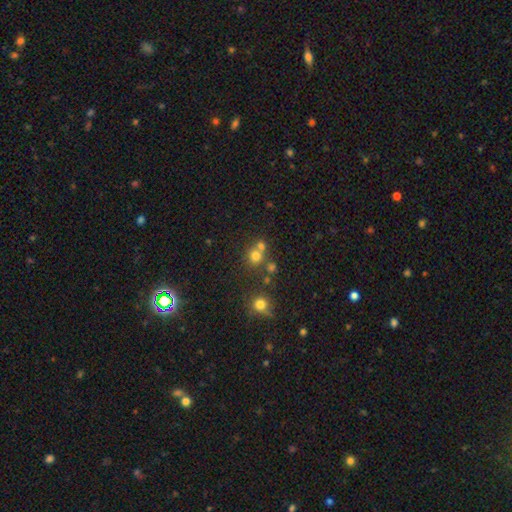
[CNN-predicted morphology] A smooth galaxy with no disk features (71%) that is round (87%). Merging: none (56%).